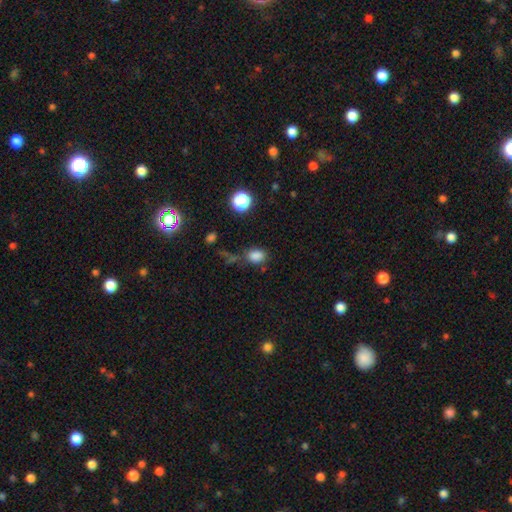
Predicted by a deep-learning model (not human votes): A smooth galaxy with no disk features (80%) that is in between round and cigar-shaped (66%). Merging: none (65%).